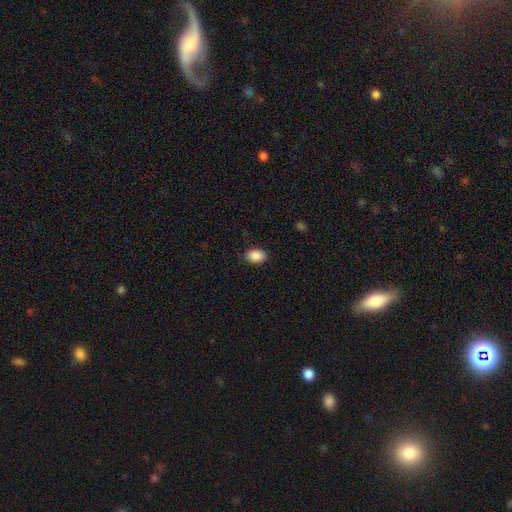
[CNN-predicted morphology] type=smooth (89%); roundness=in between (77%); merging=none (86%).